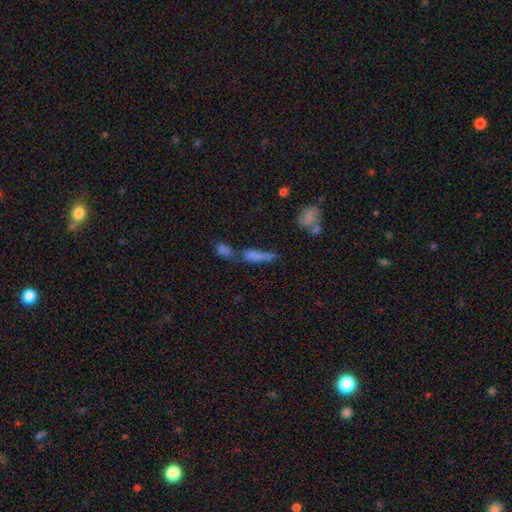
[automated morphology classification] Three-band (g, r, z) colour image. It shows a smooth galaxy with no disk features (65%) that is cigar-shaped (59%). Merging: merger (51%).